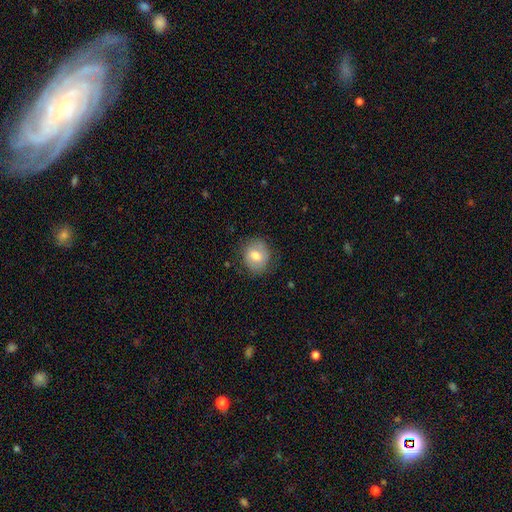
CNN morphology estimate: Overall: smooth (73%). How rounded: round (70%). Merging: none (78%).